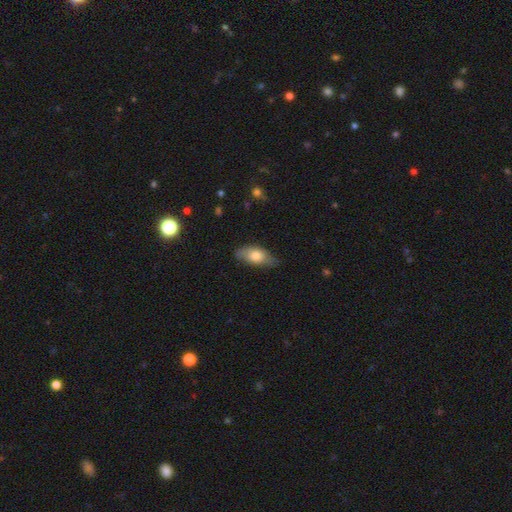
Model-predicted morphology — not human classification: smooth 72%, featured or disk 21%, star or artifact 6%. Down the decision tree: how rounded — in between (88%); merging — none (65%).